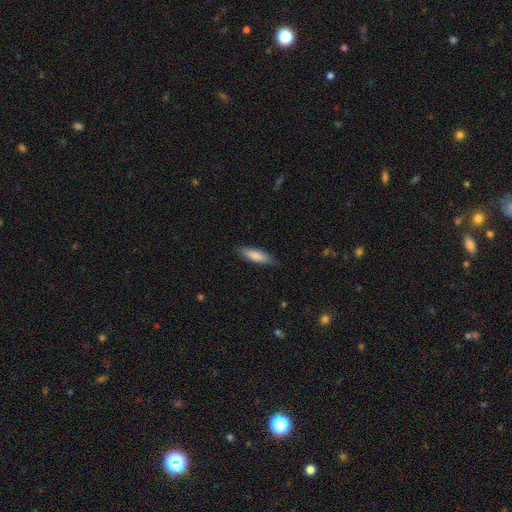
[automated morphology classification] This appears to be a smooth galaxy with no disk features (83%) that is cigar-shaped (61%). Merging: none (85%).